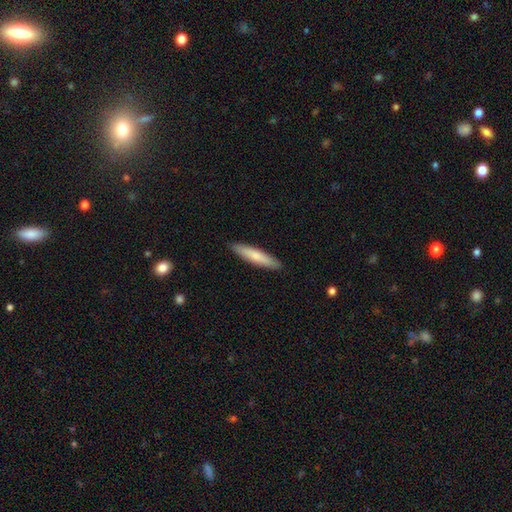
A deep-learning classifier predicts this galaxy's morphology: Smooth or featured: smooth — 73% (featured or disk — 22%)
How rounded: cigar-shaped — 87% (in between — 12%)
Merging: none — 91% (minor disturbance — 7%)